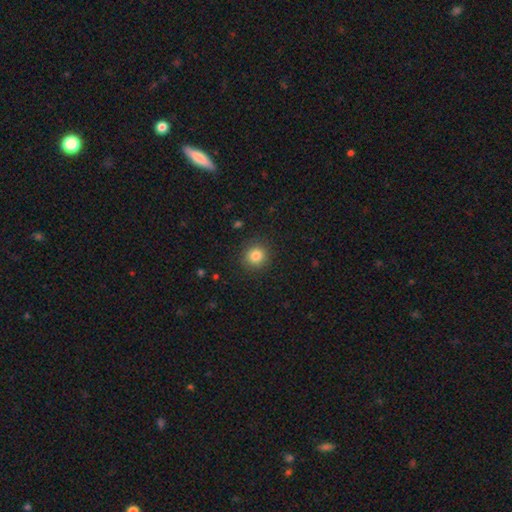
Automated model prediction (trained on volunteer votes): This is clearly a smooth galaxy (83%). How rounded: clearly round (91%). Merging: clearly none (89%).